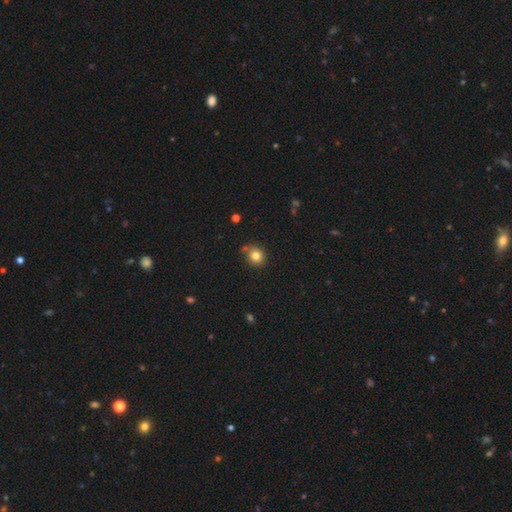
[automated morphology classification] Q: Smooth or featured?
A: smooth (82%); runner-up: star or artifact (11%)
Q: How rounded?
A: round (85%); runner-up: in between (14%)
Q: Merging?
A: none (76%); runner-up: minor disturbance (13%)